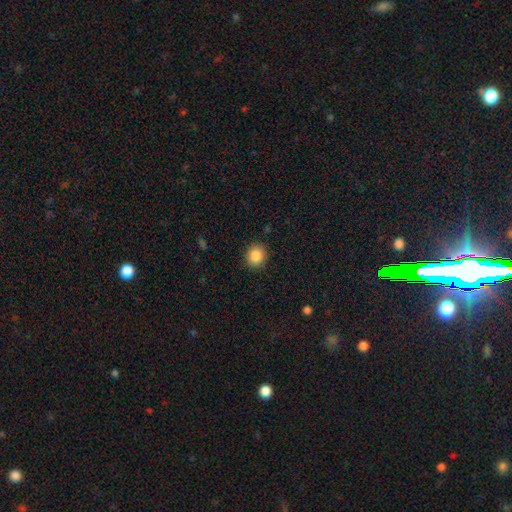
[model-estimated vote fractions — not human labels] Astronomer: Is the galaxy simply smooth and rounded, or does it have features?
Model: smooth — 87%.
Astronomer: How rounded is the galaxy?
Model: round — 79%.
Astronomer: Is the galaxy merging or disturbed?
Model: none — 90%.